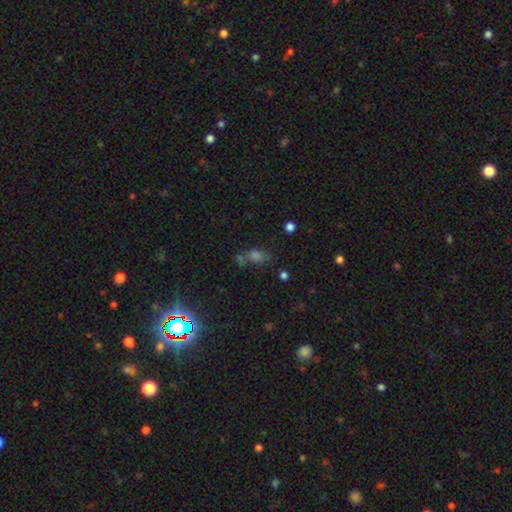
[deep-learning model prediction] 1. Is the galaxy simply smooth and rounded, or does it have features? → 54% smooth, 35% star or artifact, 12% featured or disk.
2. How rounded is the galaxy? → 64% in between, 31% round, 5% cigar-shaped.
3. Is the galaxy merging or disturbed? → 52% none, 26% merger, 15% minor disturbance, 8% major disturbance.